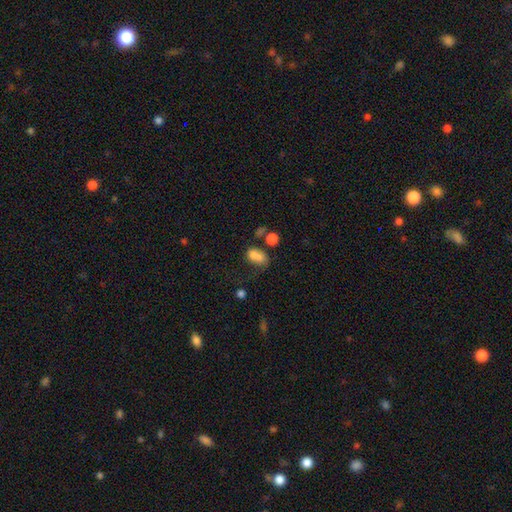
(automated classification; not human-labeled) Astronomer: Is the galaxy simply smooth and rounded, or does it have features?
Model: smooth — 73%.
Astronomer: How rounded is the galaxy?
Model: in between — 72%.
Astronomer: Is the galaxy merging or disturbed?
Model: merger — 44% (runner-up: none, 26%).